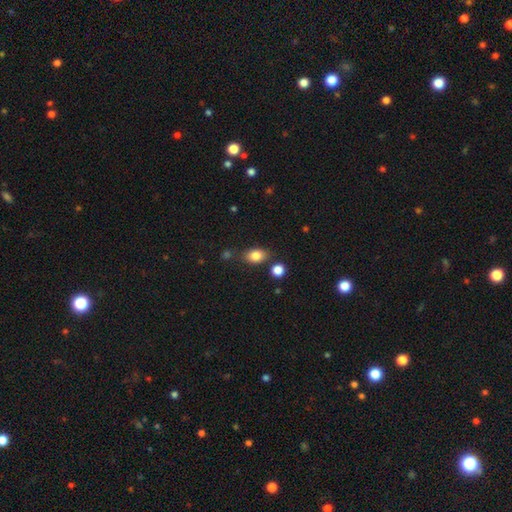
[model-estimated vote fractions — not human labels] Smooth or featured?
  - smooth: 82% *
  - star or artifact: 10%
  - featured or disk: 8%
How rounded?
  - in between: 78% *
  - round: 20%
  - cigar-shaped: 2%
Merging?
  - none: 76% *
  - minor disturbance: 13%
  - merger: 8%
  - major disturbance: 4%